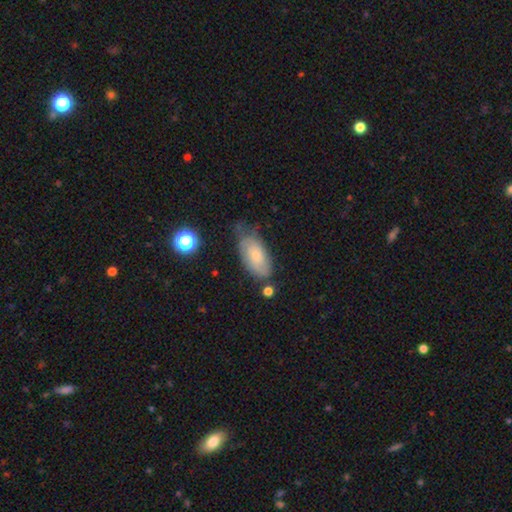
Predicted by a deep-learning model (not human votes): Smooth or featured: smooth — 57% (featured or disk — 35%)
How rounded: in between — 90% (cigar-shaped — 6%)
Merging: none — 50% (minor disturbance — 33%)